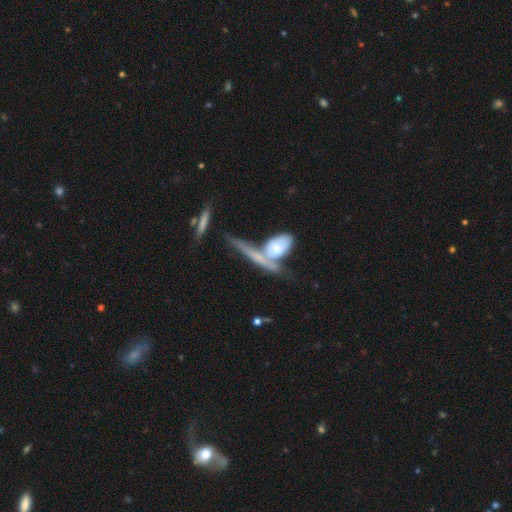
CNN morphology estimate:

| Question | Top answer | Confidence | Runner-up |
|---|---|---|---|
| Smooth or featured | featured or disk | 51% | smooth (39%) |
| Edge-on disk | yes | 50% | tied: no (50%) |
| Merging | merger | 54% | none (25%) |